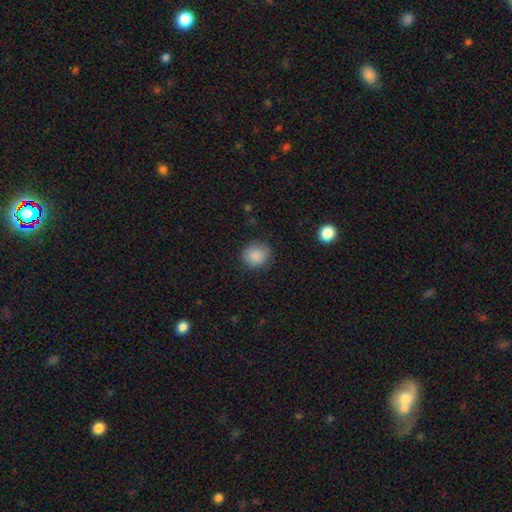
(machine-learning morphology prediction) Smooth or featured? Predicted: smooth (p=0.88). How rounded? Predicted: round (p=0.83). Merging? Predicted: none (p=0.83).